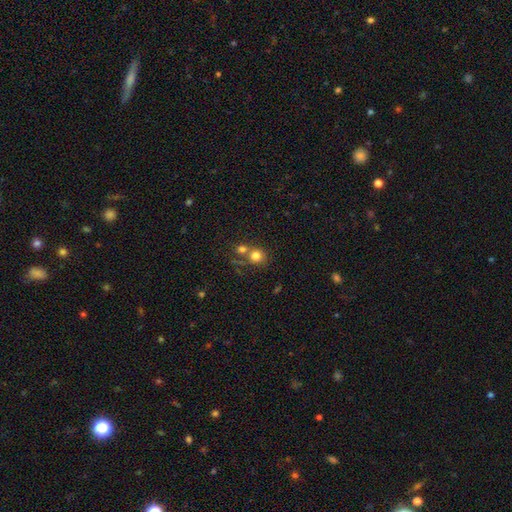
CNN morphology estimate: Smooth or featured?
  - smooth: 78% *
  - star or artifact: 12%
  - featured or disk: 11%
How rounded?
  - round: 83% *
  - in between: 16%
  - cigar-shaped: 1%
Merging?
  - merger: 44% *
  - none: 43%
  - minor disturbance: 8%
  - major disturbance: 5%